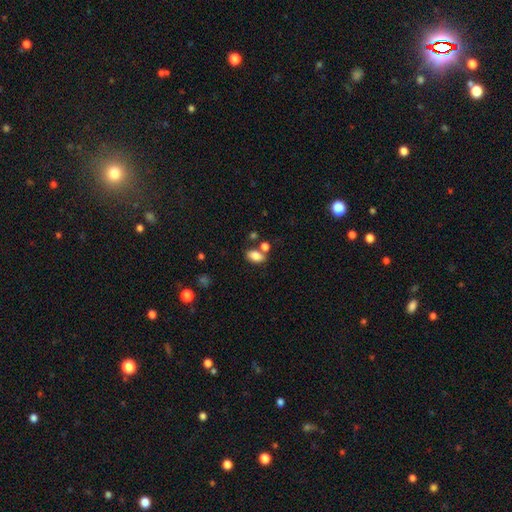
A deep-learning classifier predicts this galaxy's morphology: A smooth galaxy with no disk features (83%) that is in between round and cigar-shaped (88%). Merging: none (59%).